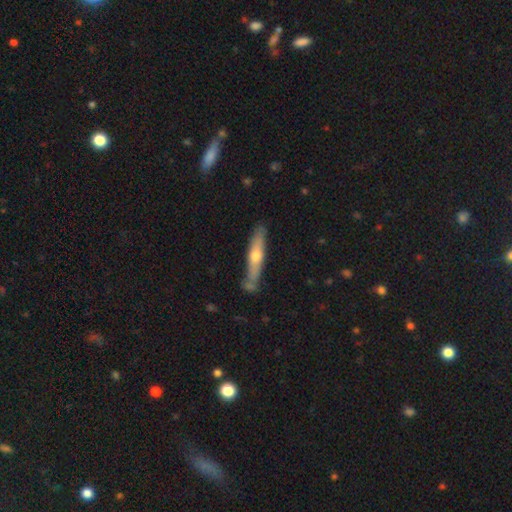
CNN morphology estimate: This appears to be a featured or disk galaxy (51%) viewed edge-on (88%). Merging: none (78%).